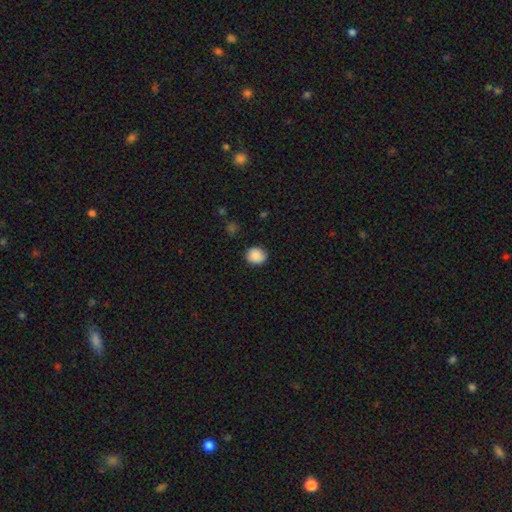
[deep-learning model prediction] smooth_or_featured: smooth (p=0.88) [alt: star or artifact p=0.08]
how_rounded: round (p=0.76) [alt: in between p=0.23]
merging: none (p=0.86) [alt: minor disturbance p=0.10]